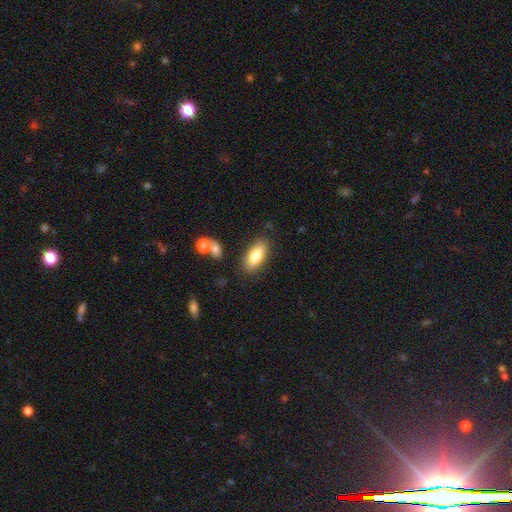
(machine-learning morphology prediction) Smooth or featured: smooth — 81% (featured or disk — 12%)
How rounded: in between — 86% (cigar-shaped — 12%)
Merging: none — 82% (minor disturbance — 11%)